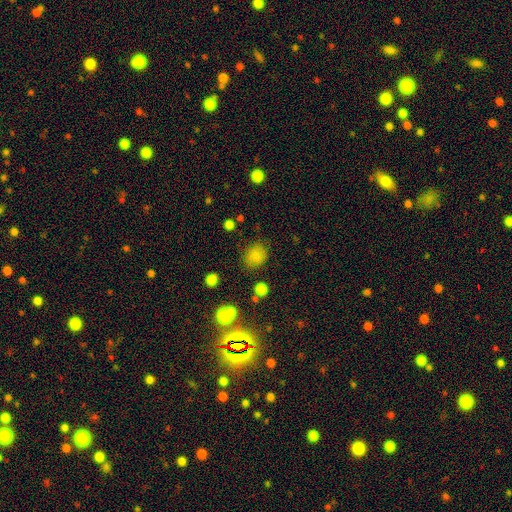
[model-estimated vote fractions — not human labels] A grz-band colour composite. It shows a smooth galaxy with no disk features (80%) that is round (64%). Merging: none (80%).